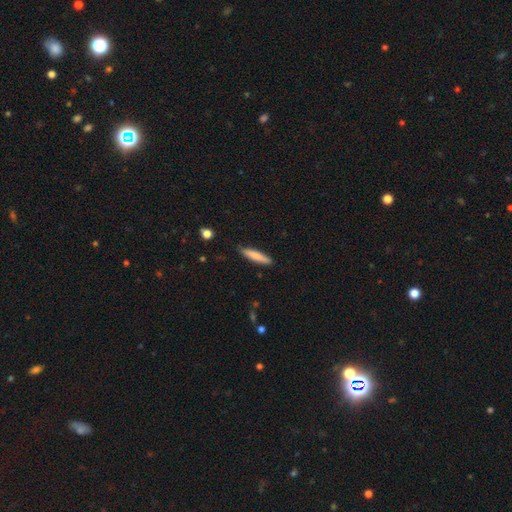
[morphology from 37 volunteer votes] This is clearly a smooth galaxy (84%). How rounded: clearly cigar-shaped (90%). Merging: clearly none (91%).